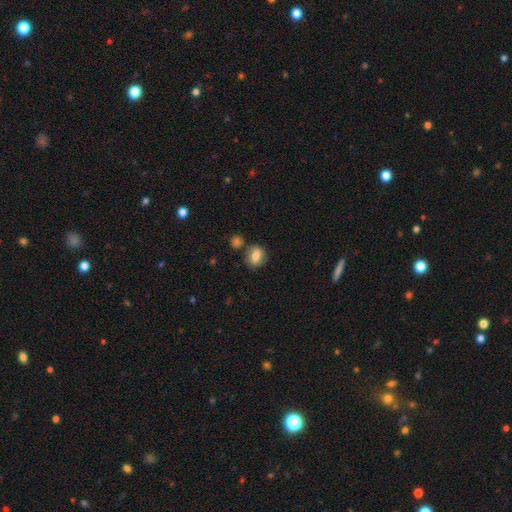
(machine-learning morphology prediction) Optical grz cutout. It shows a smooth galaxy with no disk features (76%) that is in between round and cigar-shaped (50%). Merging: none (70%).